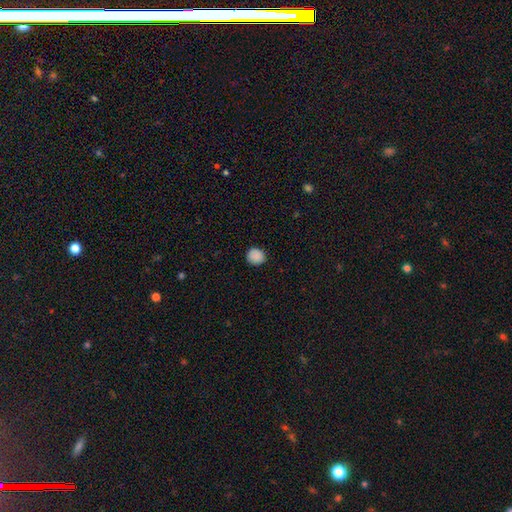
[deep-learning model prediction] This appears to be a smooth galaxy with no disk features (88%) that is round (86%). Merging: none (87%).